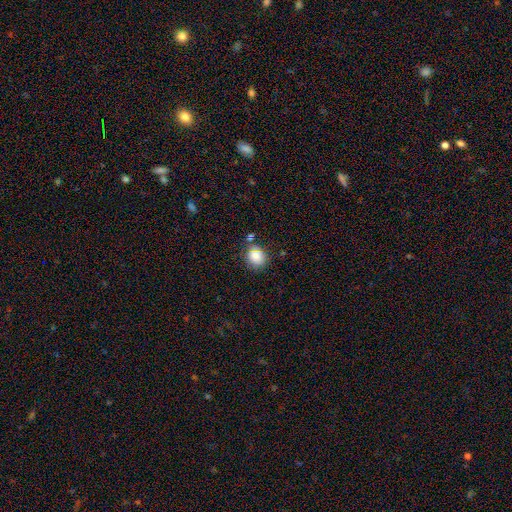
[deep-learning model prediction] Overall: smooth (82%). How rounded: round (68%; in between 31%). Merging: none (72%).